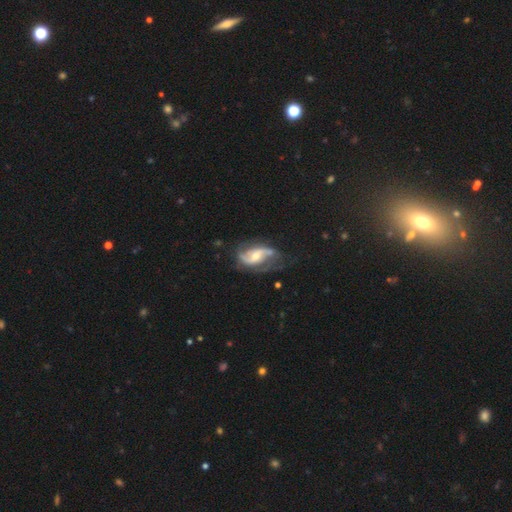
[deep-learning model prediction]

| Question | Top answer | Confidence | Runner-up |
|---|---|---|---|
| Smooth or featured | featured or disk | 84% | smooth (10%) |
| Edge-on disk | no | 97% | yes (3%) |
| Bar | weak | 42% | no (40%) |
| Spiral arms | yes | 95% | no (5%) |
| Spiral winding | loose | 43% | medium (42%) |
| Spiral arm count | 2 | 82% | can't tell (7%) |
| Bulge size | moderate | 53% | small (38%) |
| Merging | none | 56% | minor disturbance (24%) |